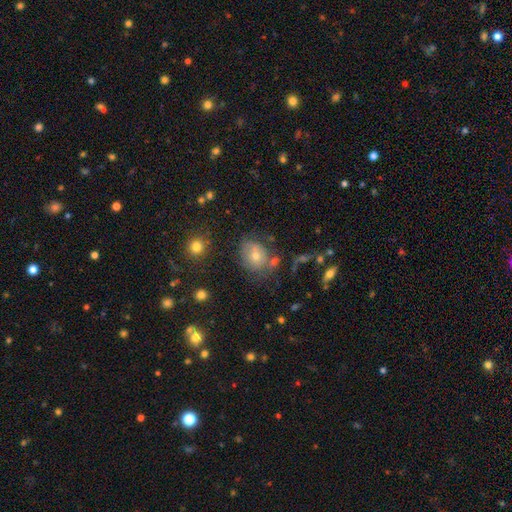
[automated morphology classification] Overall: smooth (47%; featured or disk 36%). Merging: none (61%; minor disturbance 22%).